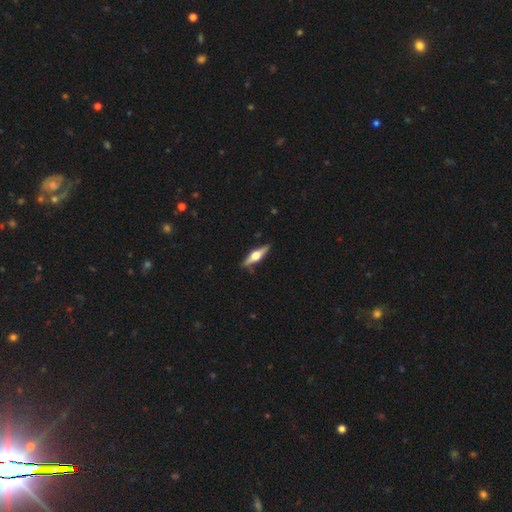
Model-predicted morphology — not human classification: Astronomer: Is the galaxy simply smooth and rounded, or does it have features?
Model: featured or disk — 69%.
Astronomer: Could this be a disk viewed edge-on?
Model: yes — 97%.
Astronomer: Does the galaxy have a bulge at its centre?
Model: rounded — 95%.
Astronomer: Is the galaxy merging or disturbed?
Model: none — 88%.